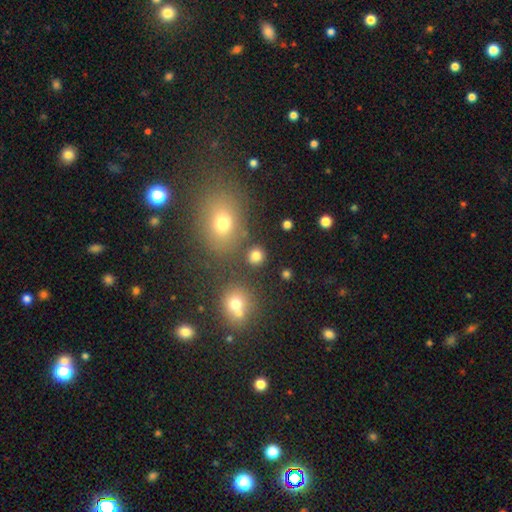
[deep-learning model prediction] Overall: smooth (78%). How rounded: round (83%). Merging: none (80%).